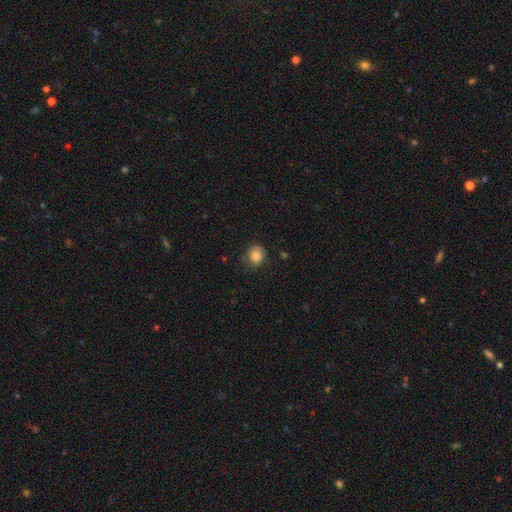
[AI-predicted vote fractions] Smooth or featured? smooth (82%)
How rounded? round (77%)
Merging? none (70%)